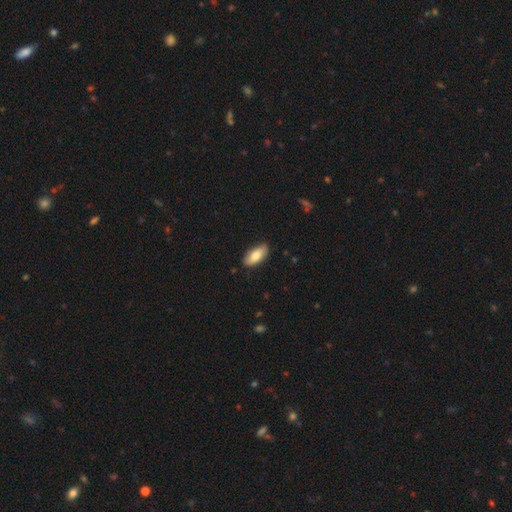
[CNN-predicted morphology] The model was most divided on "smooth or featured": smooth: 81%, featured or disk: 13%, star or artifact: 6%. More confident: how rounded — in between (89%); merging — none (84%).